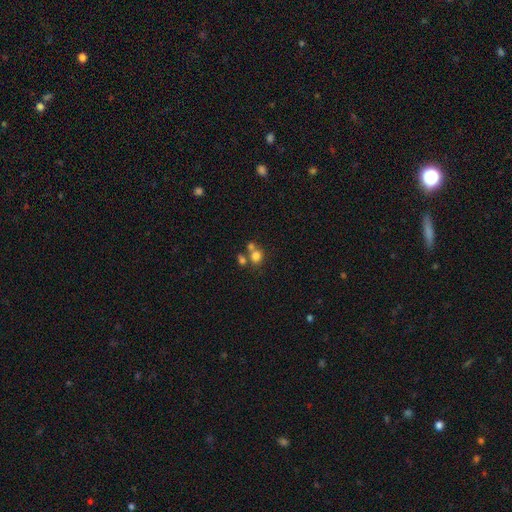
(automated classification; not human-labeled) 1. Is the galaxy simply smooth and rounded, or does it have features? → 77% smooth, 13% star or artifact, 10% featured or disk.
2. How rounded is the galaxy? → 75% round, 24% in between, 1% cigar-shaped.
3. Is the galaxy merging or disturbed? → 50% none, 36% merger, 9% minor disturbance, 5% major disturbance.